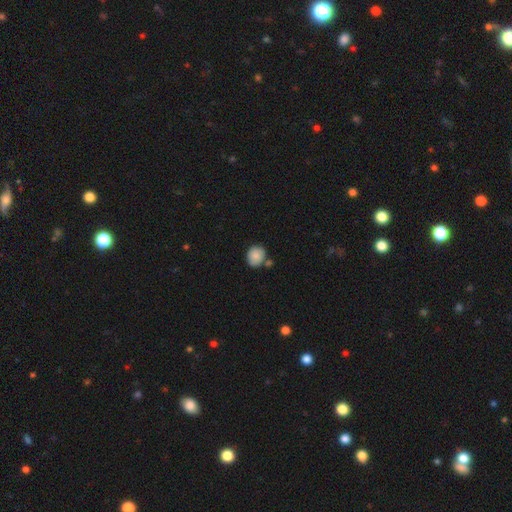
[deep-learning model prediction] Smooth or featured? smooth (84%)
How rounded? round (72%)
Merging? none (68%)